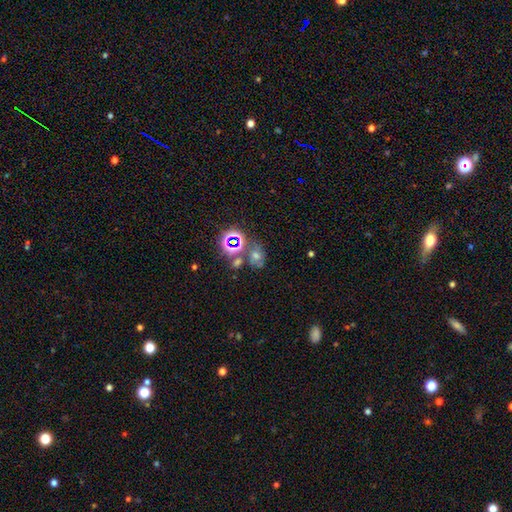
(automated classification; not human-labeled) Smooth or featured: star or artifact — 45% (smooth — 32%)